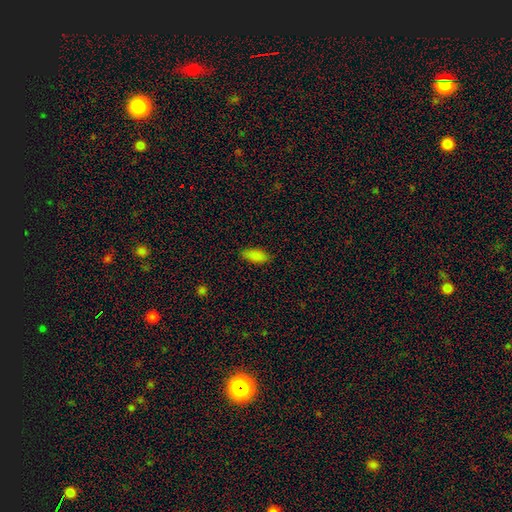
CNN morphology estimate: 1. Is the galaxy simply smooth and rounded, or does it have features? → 87% smooth, 9% star or artifact, 5% featured or disk.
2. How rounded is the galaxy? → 85% in between, 13% cigar-shaped, 2% round.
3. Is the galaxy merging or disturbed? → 85% none, 11% minor disturbance, 2% major disturbance, 1% merger.